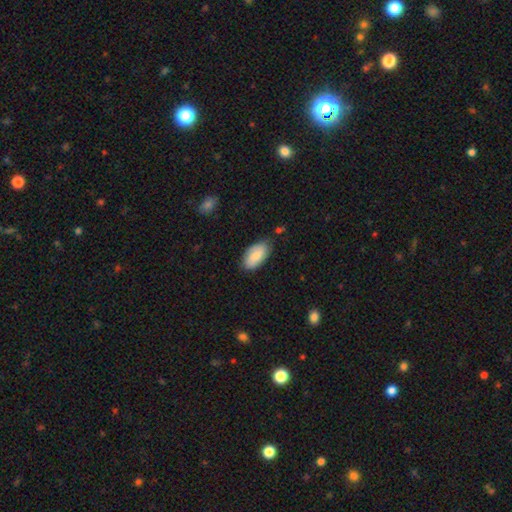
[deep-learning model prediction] Smooth or featured? smooth (78%)
How rounded? in between (94%)
Merging? none (76%)